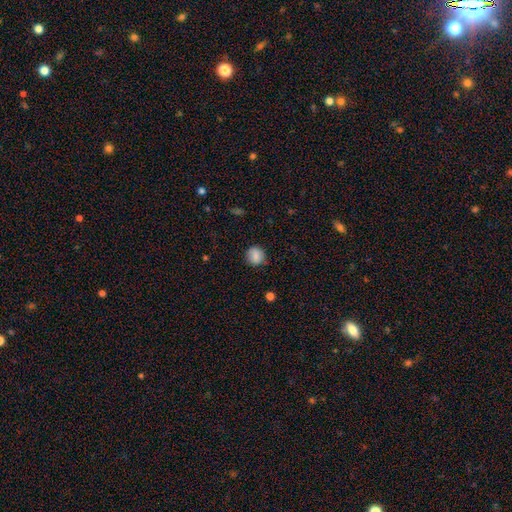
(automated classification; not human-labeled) smooth 84%, star or artifact 9%, featured or disk 7%. Down the decision tree: how rounded — round (84%); merging — none (78%).